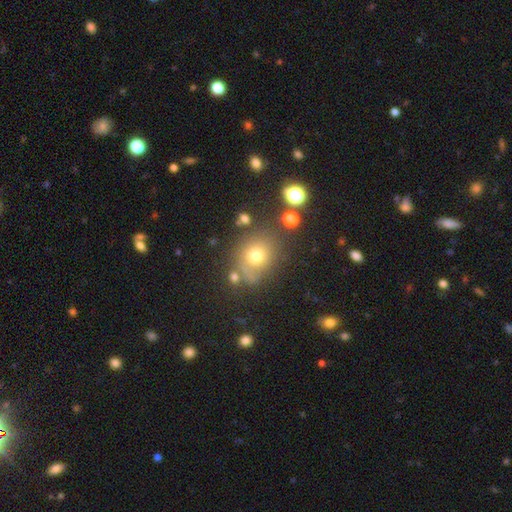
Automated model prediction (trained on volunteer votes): A smooth galaxy with no disk features (66%) that is round (61%).

Vote fractions:
- Smooth or featured? smooth: 66% / star or artifact: 20% / featured or disk: 14%
- How rounded? round: 61% / in between: 38% / cigar-shaped: 1%
- Merging? none: 70% / minor disturbance: 16% / merger: 8% / major disturbance: 6%